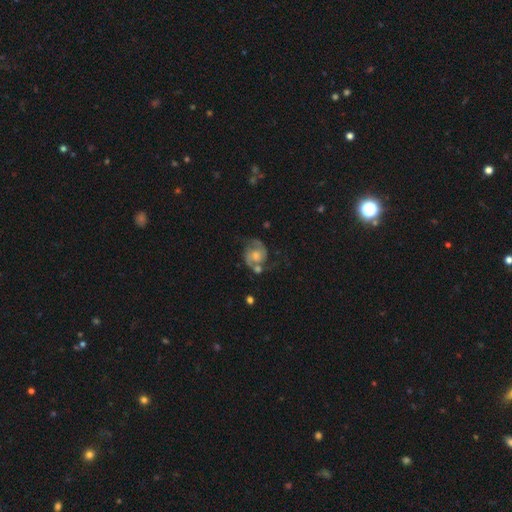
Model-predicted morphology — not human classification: Smooth or featured? featured or disk (79%)
Edge-on disk? no (98%)
Bar? no (66%)
Spiral arms? yes (93%)
Spiral winding? medium (52%)
Spiral arm count? 2 (89%)
Bulge size? moderate (52%)
Merging? none (53%)